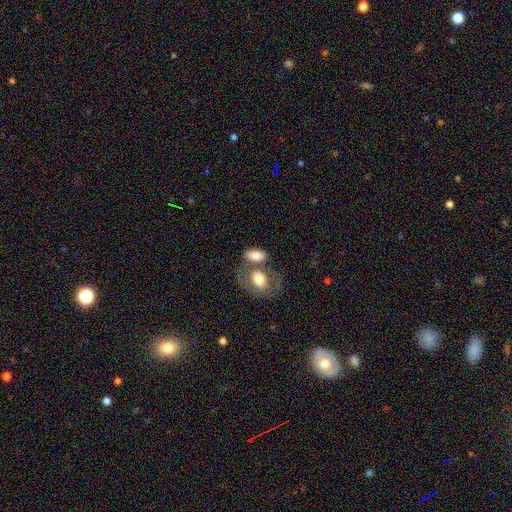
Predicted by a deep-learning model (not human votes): Smooth or featured: smooth — 75% (featured or disk — 19%)
How rounded: in between — 87% (round — 10%)
Merging: merger — 42% (none — 39%)